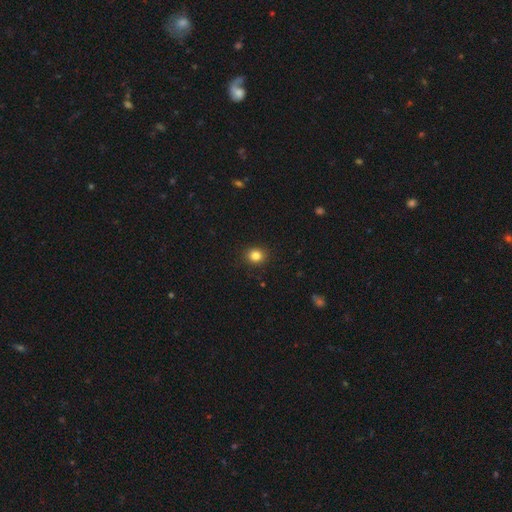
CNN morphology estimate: Smooth or featured?
  - smooth: 84% *
  - star or artifact: 12%
  - featured or disk: 5%
How rounded?
  - round: 79% *
  - in between: 20%
  - cigar-shaped: 1%
Merging?
  - none: 91% *
  - minor disturbance: 6%
  - major disturbance: 2%
  - merger: 1%